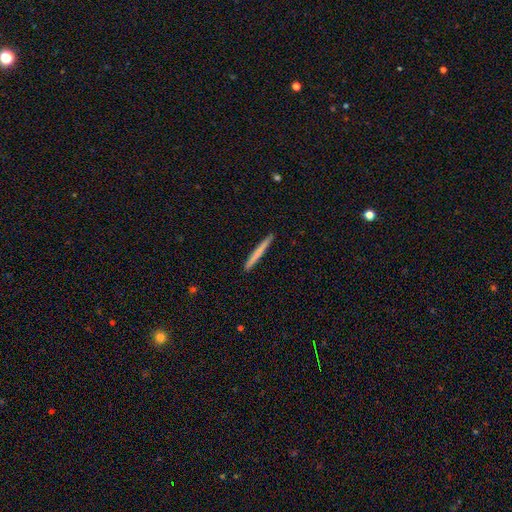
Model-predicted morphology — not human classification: Overall: smooth (65%; featured or disk 29%). How rounded: cigar-shaped (97%). Merging: none (93%).